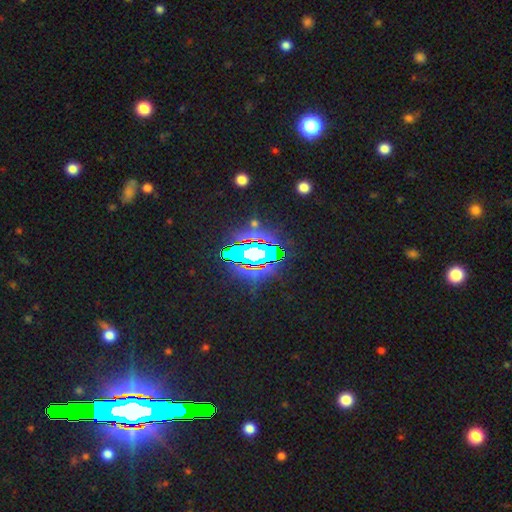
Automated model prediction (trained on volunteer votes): This appears to be a star or artifact, not a galaxy (77%).